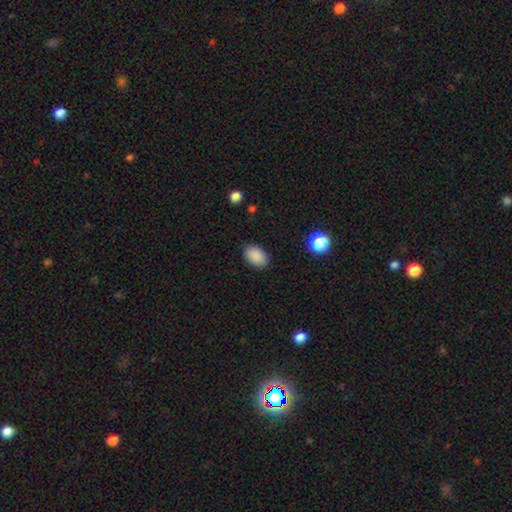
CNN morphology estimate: This appears to be a smooth galaxy with no disk features (88%) that is in between round and cigar-shaped (85%). Merging: none (87%).